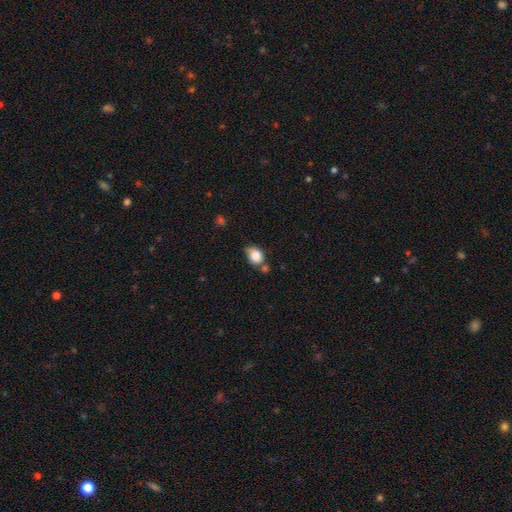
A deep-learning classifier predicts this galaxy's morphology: The model was most divided on "merging": none: 37%, minor disturbance: 34%, merger: 18%, major disturbance: 12%. More confident: smooth or featured — smooth (83%); how rounded — in between (51%).